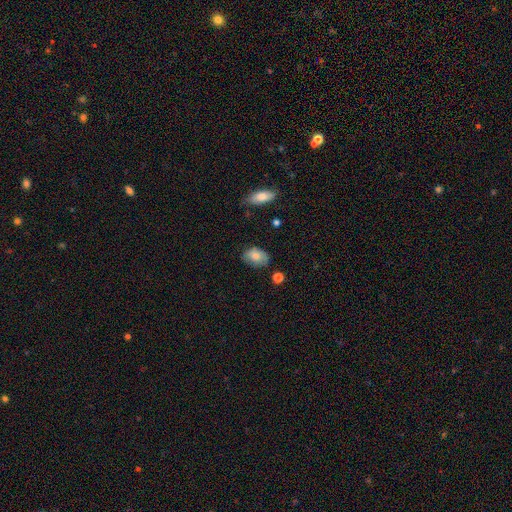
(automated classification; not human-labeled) Smooth or featured?
  - smooth: 78% *
  - featured or disk: 14%
  - star or artifact: 8%
How rounded?
  - in between: 83% *
  - round: 16%
  - cigar-shaped: 1%
Merging?
  - none: 68% *
  - minor disturbance: 25%
  - major disturbance: 5%
  - merger: 2%